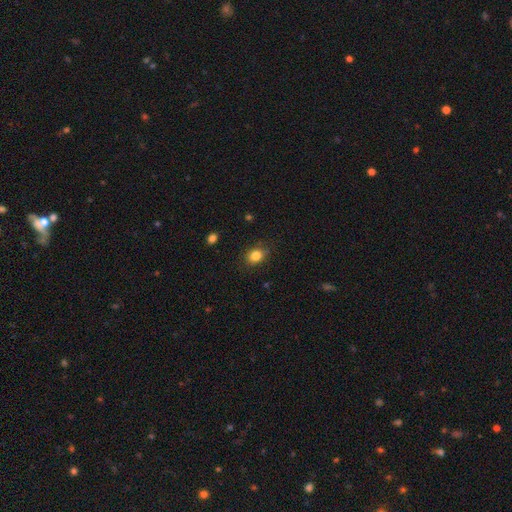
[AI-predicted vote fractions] smooth-or-featured: smooth: 84% | star or artifact: 10% | featured or disk: 6%
  how-rounded: in between: 52% | round: 47% | cigar-shaped: 1%
  merging: none: 80% | minor disturbance: 16% | major disturbance: 3% | merger: 1%